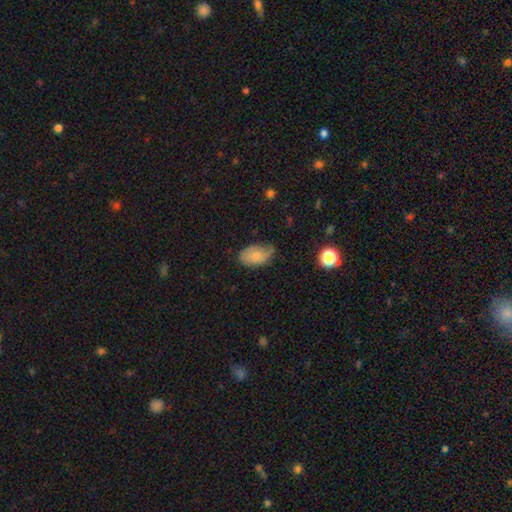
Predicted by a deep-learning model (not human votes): Q: Smooth or featured?
A: smooth (74%); runner-up: featured or disk (18%)
Q: How rounded?
A: in between (93%); runner-up: round (6%)
Q: Merging?
A: none (58%); runner-up: minor disturbance (32%)